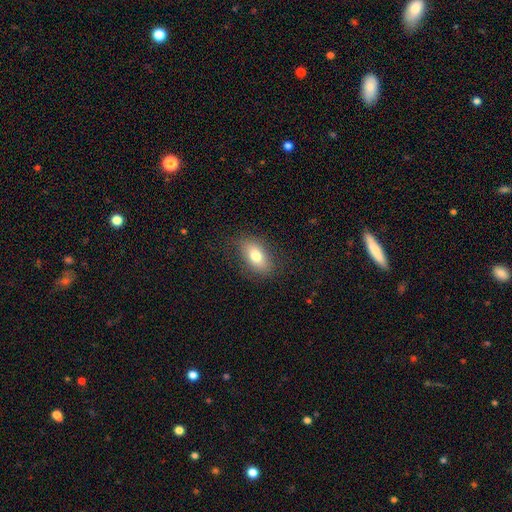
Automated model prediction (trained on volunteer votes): The model was most divided on "smooth or featured": smooth: 76%, featured or disk: 16%, star or artifact: 8%. More confident: how rounded — in between (88%); merging — none (81%).